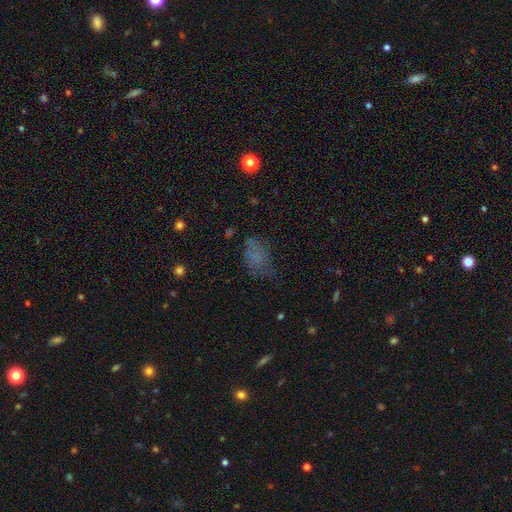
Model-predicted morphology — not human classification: type=smooth (59%); roundness=in between (83%); merging=none (47%).